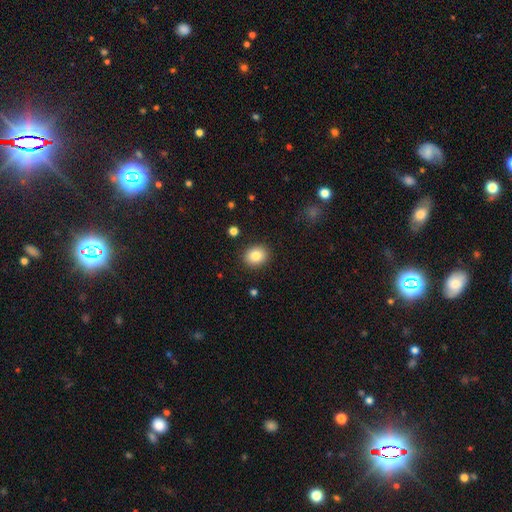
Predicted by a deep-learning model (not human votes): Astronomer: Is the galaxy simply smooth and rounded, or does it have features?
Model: smooth — 85%.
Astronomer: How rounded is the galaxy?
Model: round — 63%.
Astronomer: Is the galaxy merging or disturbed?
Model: none — 90%.